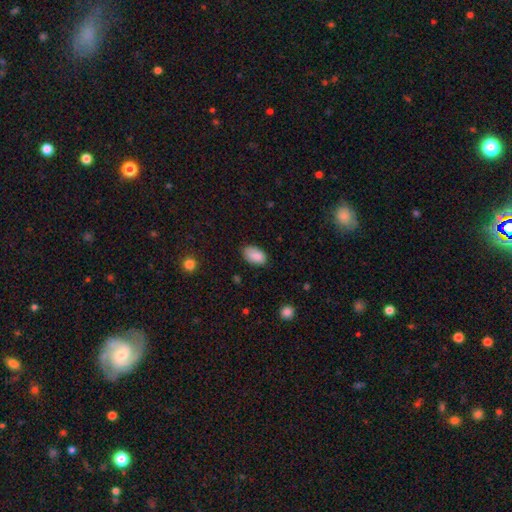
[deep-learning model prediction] Smooth or featured? Predicted: smooth (p=0.87). How rounded? Predicted: in between (p=0.93). Merging? Predicted: none (p=0.75).